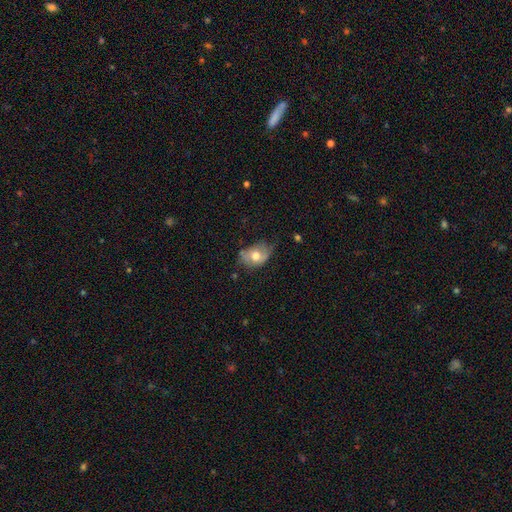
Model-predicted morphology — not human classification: A smooth galaxy with no disk features (62%) that is in between round and cigar-shaped (76%).

Vote fractions:
- Smooth or featured? smooth: 62% / featured or disk: 30% / star or artifact: 8%
- How rounded? in between: 76% / round: 23% / cigar-shaped: 1%
- Merging? none: 56% / minor disturbance: 33% / major disturbance: 9% / merger: 3%